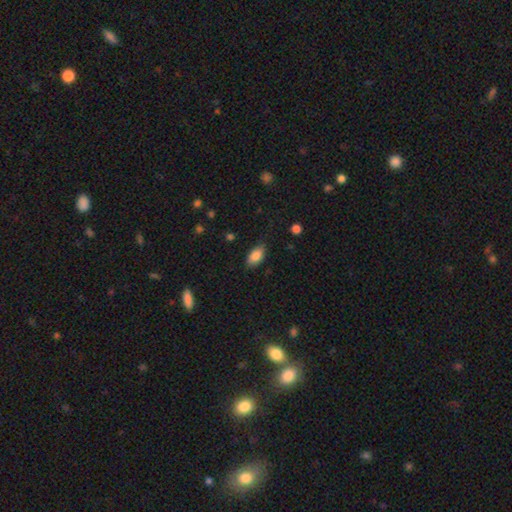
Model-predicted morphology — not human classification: Overall: smooth (85%). How rounded: in between (91%). Merging: none (80%).